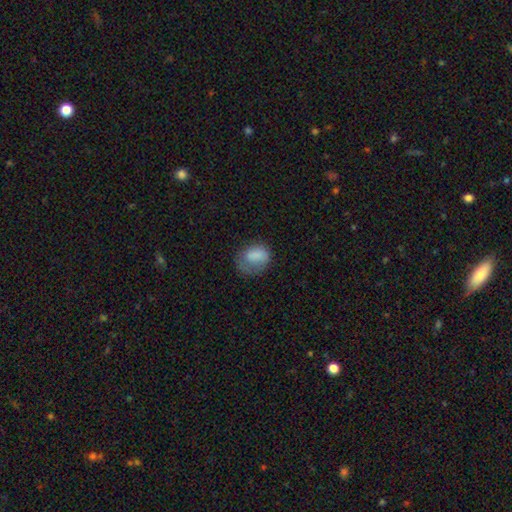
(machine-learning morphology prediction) smooth 78%, featured or disk 14%, star or artifact 8%. Down the decision tree: how rounded — in between (59%); merging — none (42%).